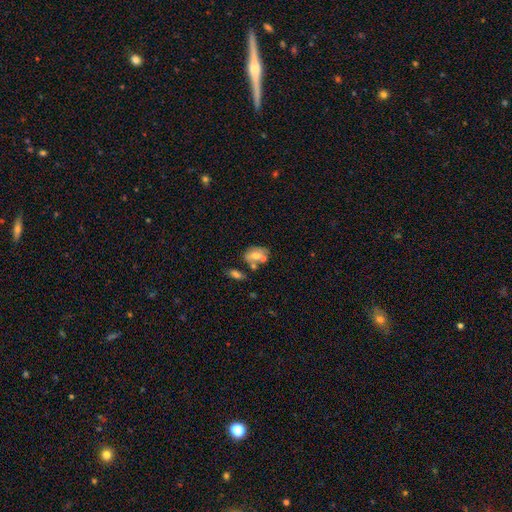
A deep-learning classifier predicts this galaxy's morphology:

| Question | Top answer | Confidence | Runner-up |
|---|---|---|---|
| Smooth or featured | smooth | 59% | featured or disk (31%) |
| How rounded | in between | 78% | round (20%) |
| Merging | none | 40% | merger (32%) |